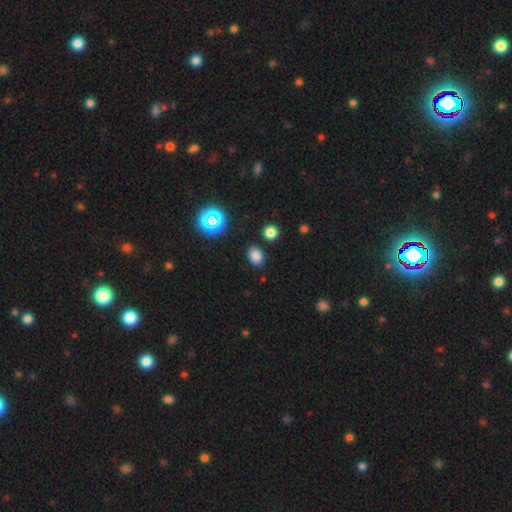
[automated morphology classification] Smooth or featured?
  - smooth: 76% *
  - star or artifact: 18%
  - featured or disk: 6%
How rounded?
  - in between: 72% *
  - round: 27%
  - cigar-shaped: 1%
Merging?
  - none: 84% *
  - minor disturbance: 9%
  - merger: 4%
  - major disturbance: 3%